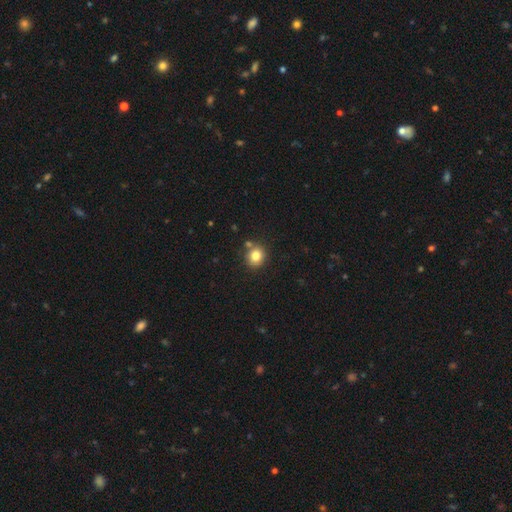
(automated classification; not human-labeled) A smooth galaxy with no disk features (82%) that is round (82%).

Vote fractions:
- Smooth or featured? smooth: 82% / star or artifact: 11% / featured or disk: 7%
- How rounded? round: 82% / in between: 18% / cigar-shaped: 1%
- Merging? none: 77% / merger: 10% / minor disturbance: 10% / major disturbance: 3%